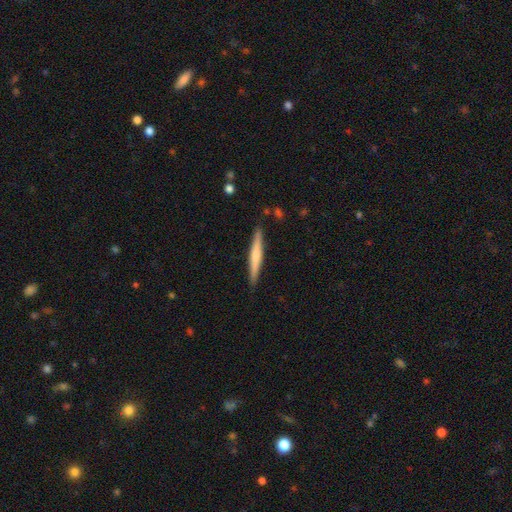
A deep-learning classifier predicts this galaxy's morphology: smooth_or_featured: smooth (p=0.50) [alt: featured or disk p=0.45]
how_rounded: cigar-shaped (p=0.95) [alt: in between p=0.04]
merging: none (p=0.89) [alt: minor disturbance p=0.08]